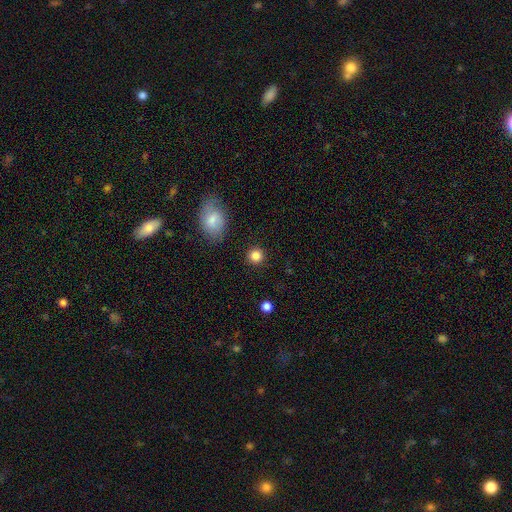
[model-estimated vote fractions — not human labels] A smooth galaxy with no disk features (85%) that is round (93%). Merging: none (90%).